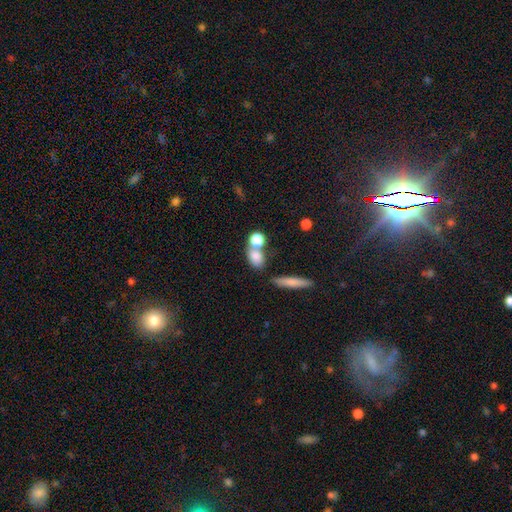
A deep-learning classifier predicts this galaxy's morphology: smooth_or_featured: smooth (p=0.80) [alt: featured or disk p=0.11]
how_rounded: in between (p=0.58) [alt: round p=0.34]
merging: none (p=0.46) [alt: merger p=0.39]